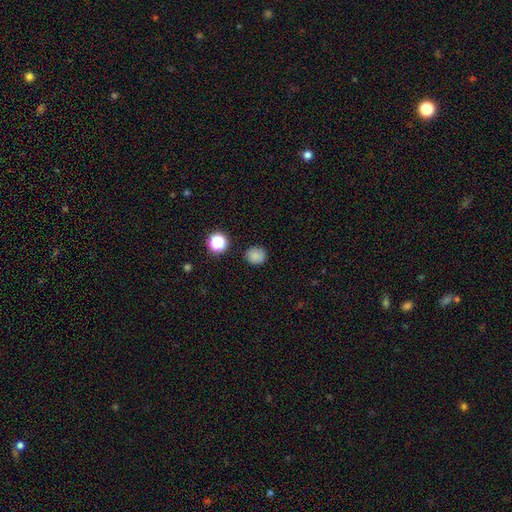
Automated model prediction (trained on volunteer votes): Smooth or featured? smooth (81%)
How rounded? round (86%)
Merging? none (86%)